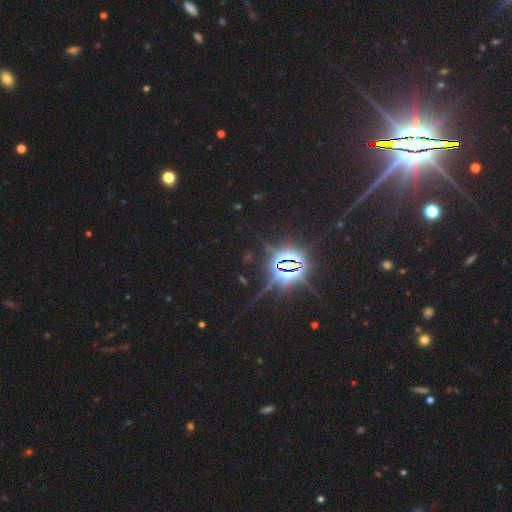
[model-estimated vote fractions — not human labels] Q: Smooth or featured?
A: star or artifact (85%); runner-up: featured or disk (8%)